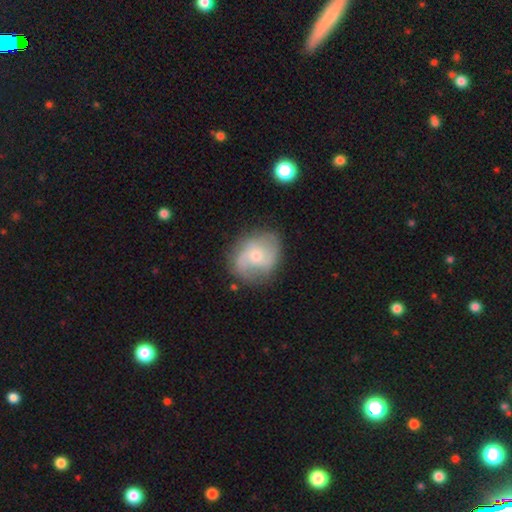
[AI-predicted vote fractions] The model was most divided on "bulge size": small: 52%, moderate: 43%, none: 2%, large: 2%, dominant: 1%. Remaining: edge-on disk — no (97%); spiral arms — yes (92%); spiral arm count — 2 (74%); merging — none (73%); smooth or featured — featured or disk (71%); bar — no (59%); spiral winding — medium (46%).